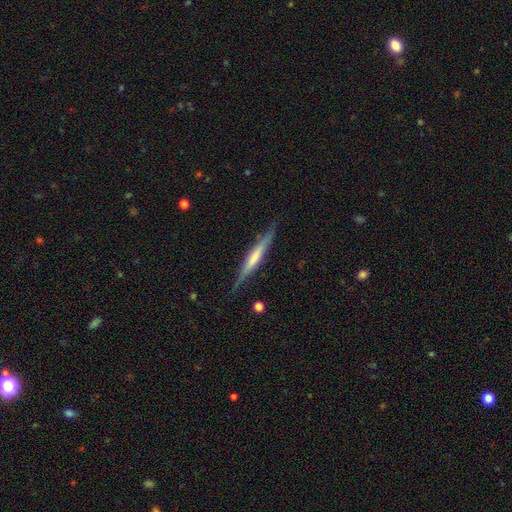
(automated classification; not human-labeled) Overall: featured or disk (65%; smooth 29%). Edge-on disk: yes (96%). Edge-on bulge: none (39%, tied with rounded). Merging: none (86%).